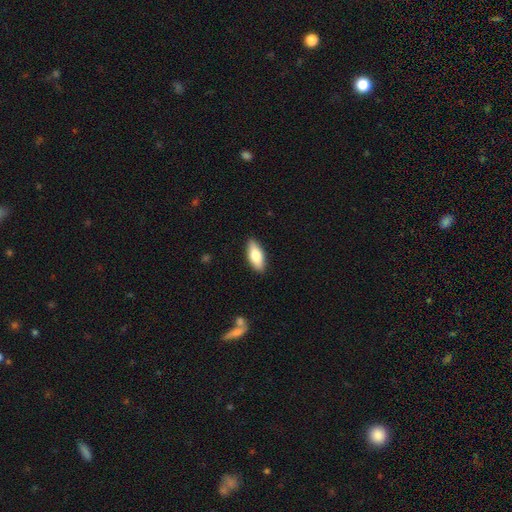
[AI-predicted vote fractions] Morphology: type=smooth (75%); roundness=in between (78%); merging=none (88%).